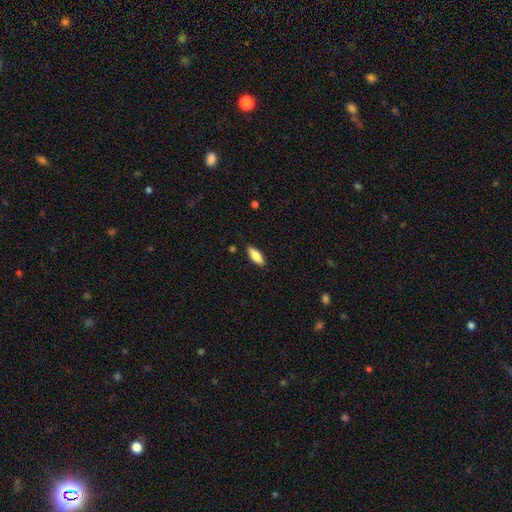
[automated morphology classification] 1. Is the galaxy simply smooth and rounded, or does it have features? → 81% smooth, 13% featured or disk, 6% star or artifact.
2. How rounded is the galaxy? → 73% in between, 25% cigar-shaped, 2% round.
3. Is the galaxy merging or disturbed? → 88% none, 9% minor disturbance, 2% major disturbance, 1% merger.